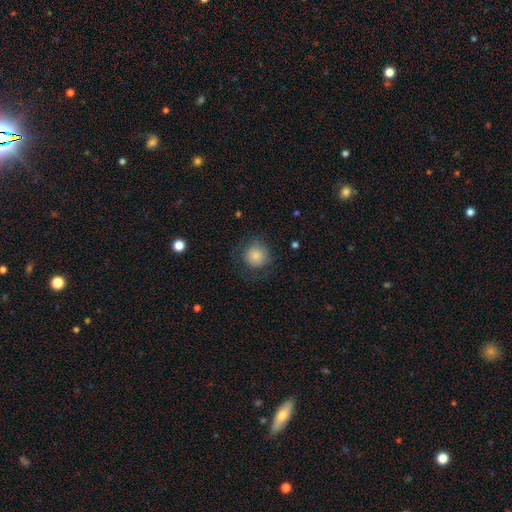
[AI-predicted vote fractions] This appears to be a smooth galaxy with no disk features (83%) that is round (93%). Merging: none (74%).